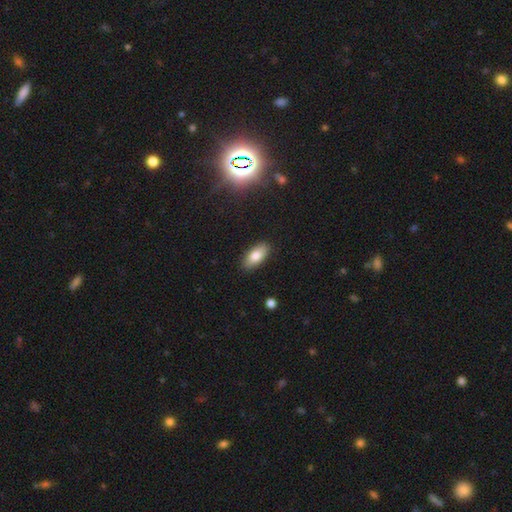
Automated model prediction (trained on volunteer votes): This is clearly a smooth galaxy (81%). How rounded: clearly in between (89%). Merging: clearly none (88%).